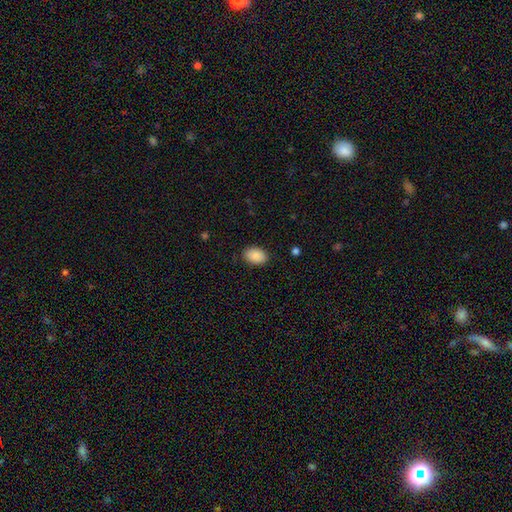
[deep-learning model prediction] This is clearly a smooth galaxy (89%). How rounded: clearly in between (87%). Merging: clearly none (87%).